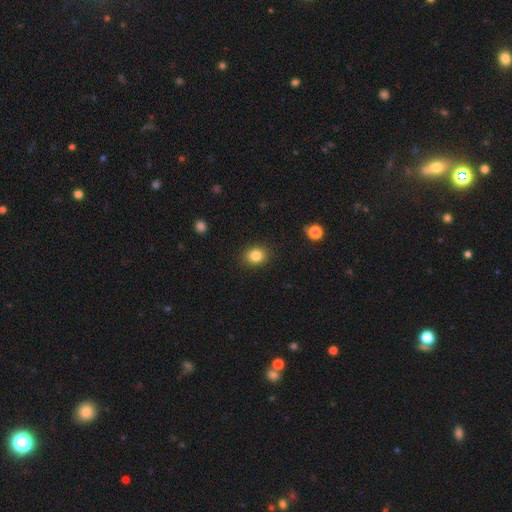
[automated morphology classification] smooth-or-featured: smooth: 84% | star or artifact: 11% | featured or disk: 6%
  how-rounded: round: 64% | in between: 35% | cigar-shaped: 1%
  merging: none: 89% | minor disturbance: 7% | major disturbance: 2% | merger: 1%